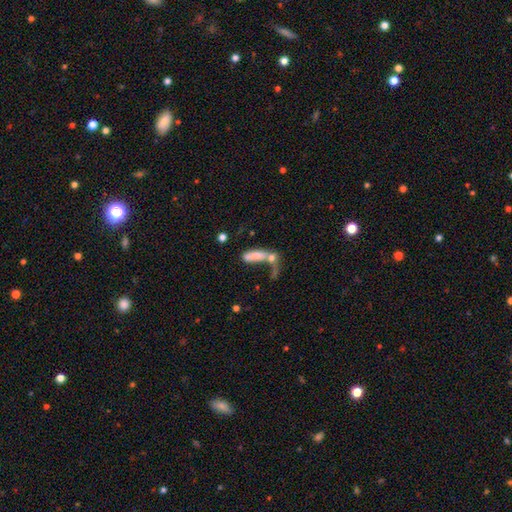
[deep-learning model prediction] Overall: smooth (63%; featured or disk 27%). How rounded: in between (59%; cigar-shaped 36%). Merging: merger (52%; major disturbance 23%).